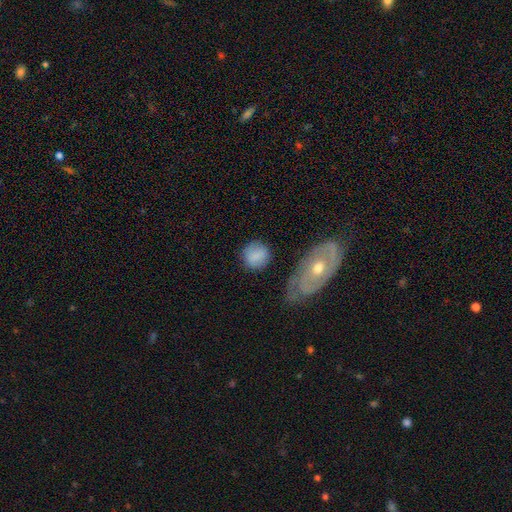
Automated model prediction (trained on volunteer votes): The model was most divided on "merging": none: 76%, minor disturbance: 14%, major disturbance: 5%, merger: 5%. More confident: how rounded — round (82%); smooth or featured — smooth (80%).